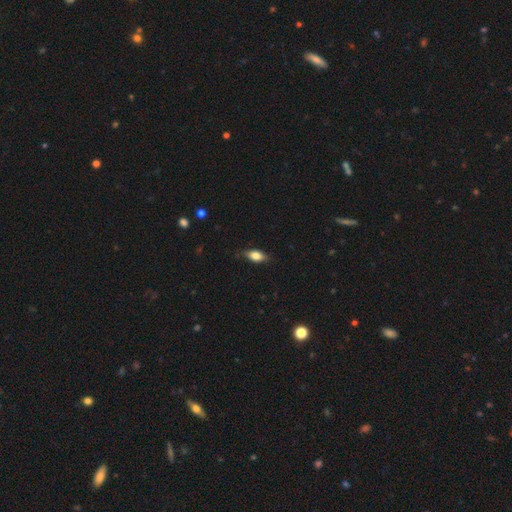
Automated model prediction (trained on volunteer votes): Morphology: type=smooth (76%); roundness=in between (85%); merging=none (80%).